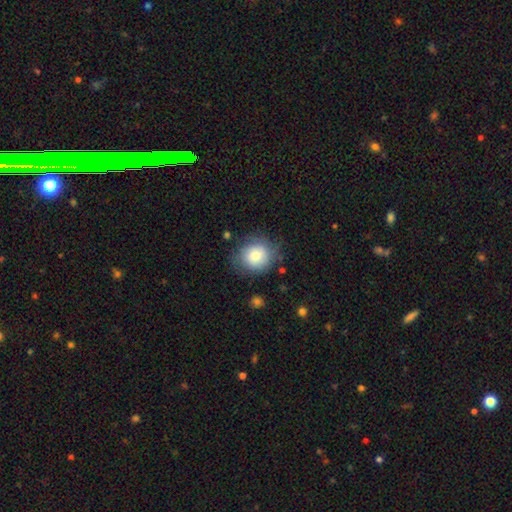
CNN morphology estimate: smooth-or-featured: smooth: 78% | featured or disk: 14% | star or artifact: 8%
  how-rounded: round: 79% | in between: 20% | cigar-shaped: 1%
  merging: none: 73% | minor disturbance: 18% | major disturbance: 6% | merger: 2%